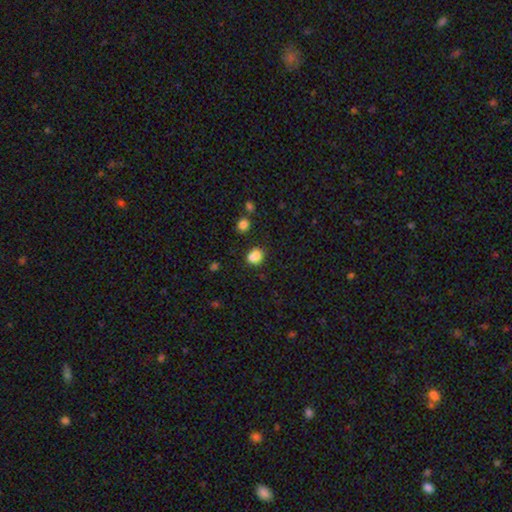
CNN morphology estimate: A smooth galaxy with no disk features (80%) that is round (57%). Merging: none (55%).